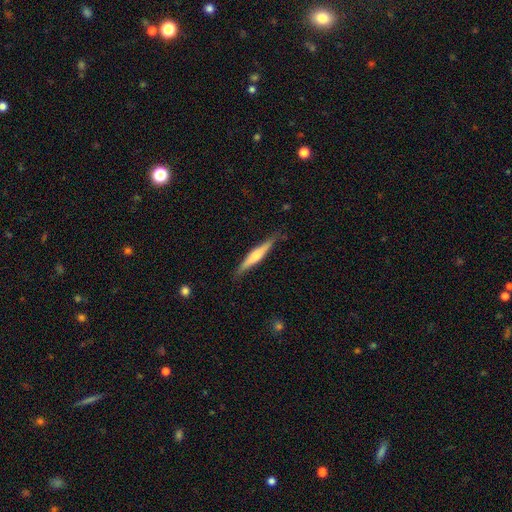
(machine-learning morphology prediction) smooth-or-featured: smooth: 48% | featured or disk: 46% | star or artifact: 5%
  merging: none: 83% | minor disturbance: 14% | major disturbance: 2% | merger: 1%